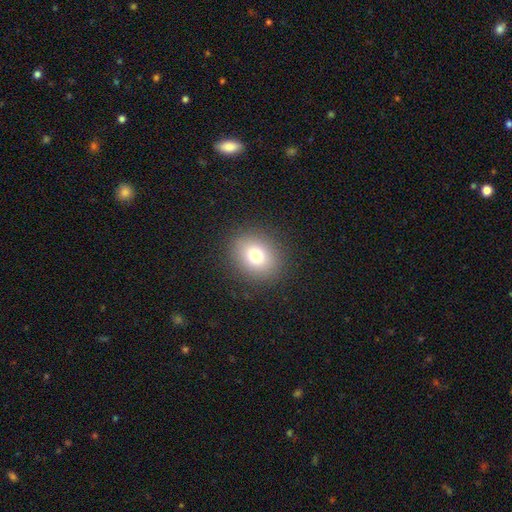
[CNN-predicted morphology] This appears to be a smooth galaxy with no disk features (76%) that is round (65%). Merging: none (89%).